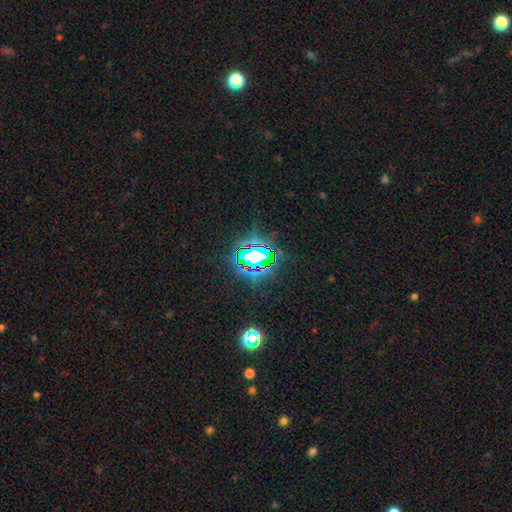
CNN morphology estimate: type=star or artifact (76%).